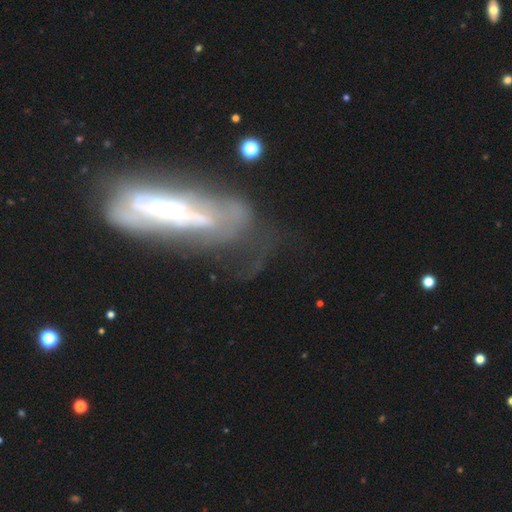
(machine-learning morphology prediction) smooth-or-featured: featured or disk: 68% | smooth: 21% | star or artifact: 11%
  disk-edge-on: no: 68% | yes: 32%
  merging: none: 42% | major disturbance: 28% | minor disturbance: 23% | merger: 7%